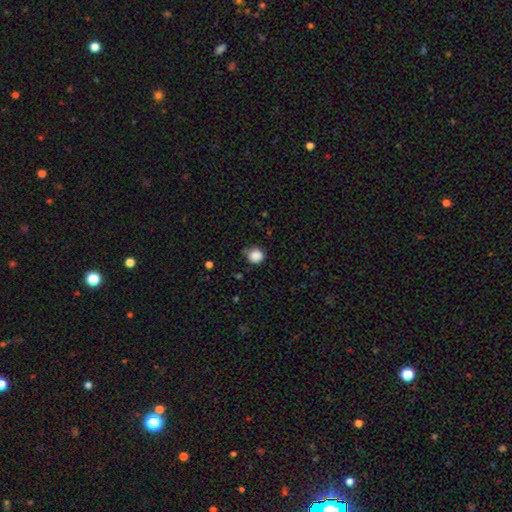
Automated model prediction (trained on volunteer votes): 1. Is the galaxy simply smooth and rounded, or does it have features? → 87% smooth, 9% star or artifact, 4% featured or disk.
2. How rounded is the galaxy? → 86% round, 13% in between, 1% cigar-shaped.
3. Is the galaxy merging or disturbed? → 66% none, 26% minor disturbance, 6% major disturbance, 2% merger.